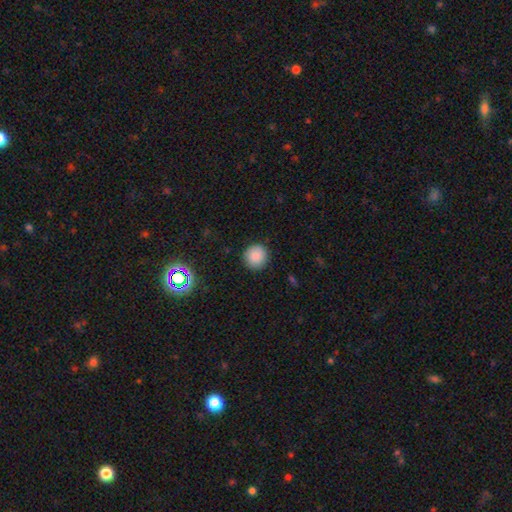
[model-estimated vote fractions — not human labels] This is clearly a smooth galaxy (87%). How rounded: clearly round (94%). Merging: clearly none (90%).